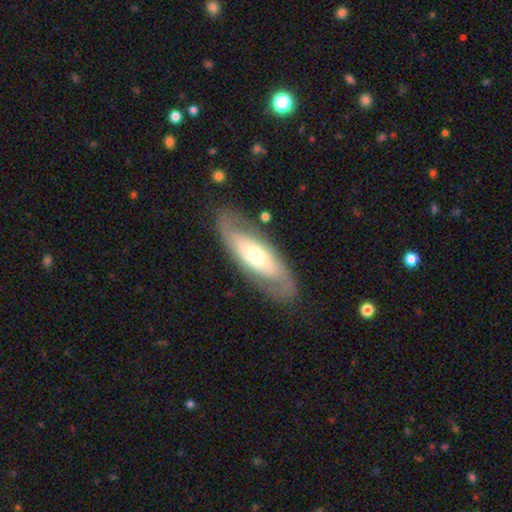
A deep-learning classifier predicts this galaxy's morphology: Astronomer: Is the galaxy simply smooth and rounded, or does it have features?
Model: featured or disk — 63%.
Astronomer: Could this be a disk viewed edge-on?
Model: no — 81%.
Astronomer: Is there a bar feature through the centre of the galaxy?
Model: no — 65%.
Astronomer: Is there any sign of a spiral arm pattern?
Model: yes — 64%.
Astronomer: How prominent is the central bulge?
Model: moderate — 51% (runner-up: small, 36%).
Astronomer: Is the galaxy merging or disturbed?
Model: none — 78%.